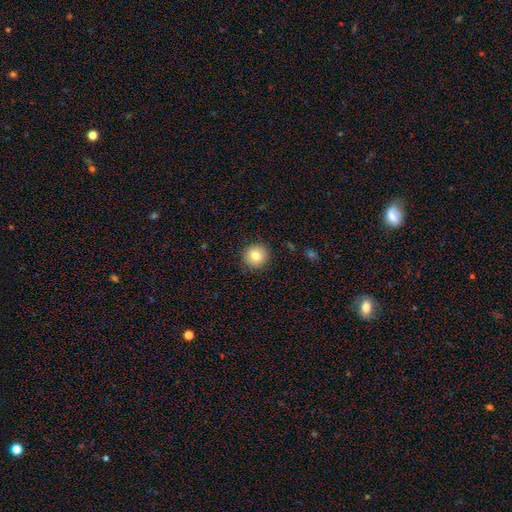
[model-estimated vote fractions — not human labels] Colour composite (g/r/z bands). It shows a smooth galaxy with no disk features (79%) that is round (92%). Merging: none (90%).